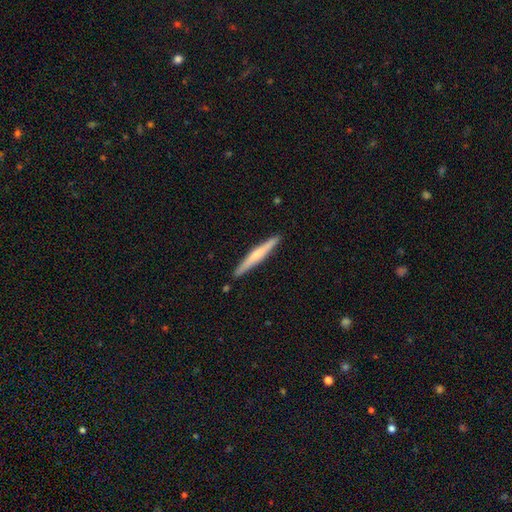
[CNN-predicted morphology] Overall: featured or disk (51%; smooth 43%). Edge-on disk: yes (97%). Merging: none (91%).